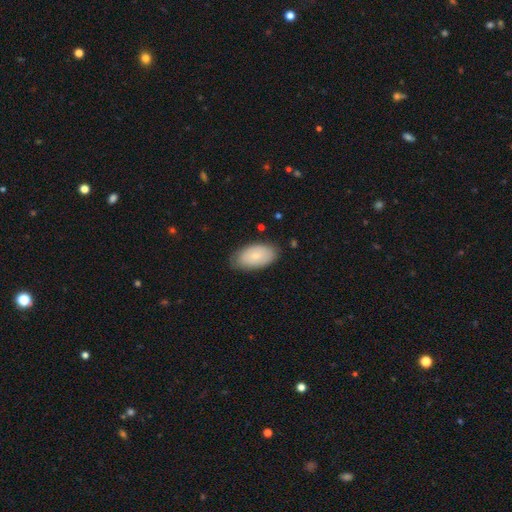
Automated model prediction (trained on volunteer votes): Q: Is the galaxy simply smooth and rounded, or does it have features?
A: smooth — 74%.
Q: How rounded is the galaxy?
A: in between — 95%.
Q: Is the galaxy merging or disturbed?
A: none — 79%.